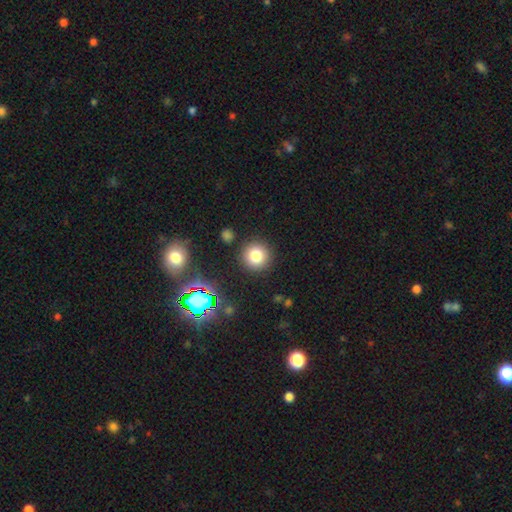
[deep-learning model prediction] This is likely a smooth galaxy (78%). How rounded: clearly round (94%). Merging: clearly none (89%).